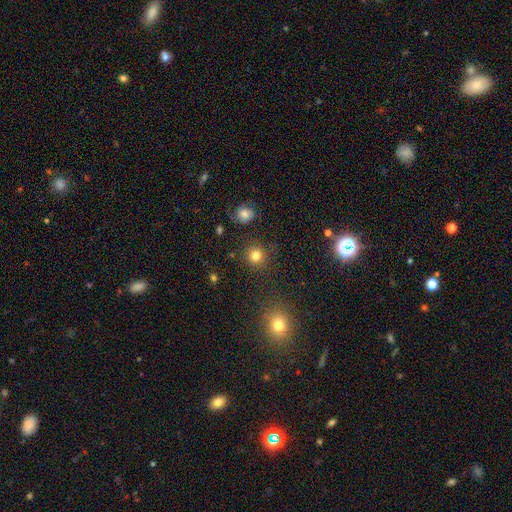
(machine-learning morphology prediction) This appears to be a smooth galaxy with no disk features (81%) that is round (93%). Merging: none (87%).